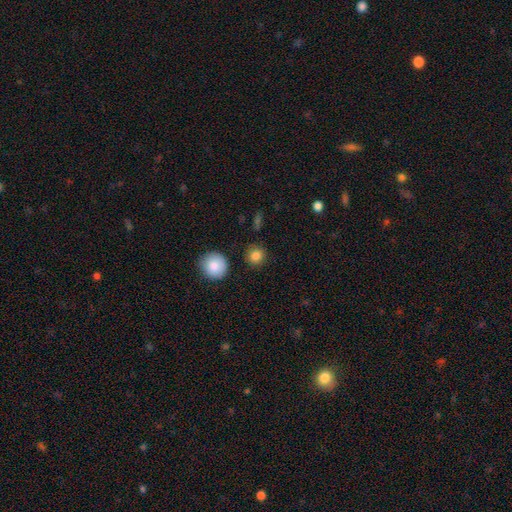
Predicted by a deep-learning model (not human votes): Overall: smooth (85%). How rounded: round (90%). Merging: none (87%).